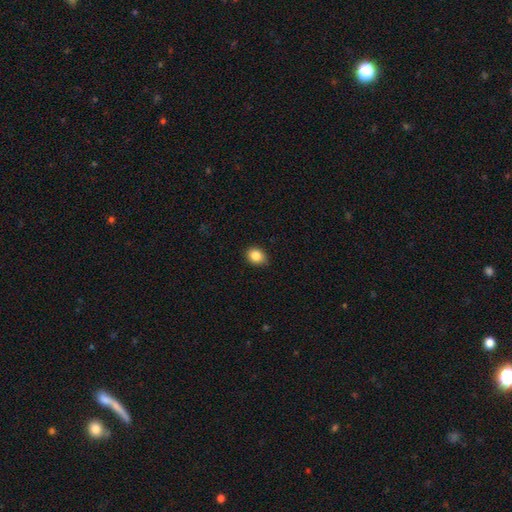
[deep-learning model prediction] The model was most divided on "how rounded": round: 51%, in between: 49%, cigar-shaped: 1%. More confident: smooth or featured — smooth (85%); merging — none (82%).